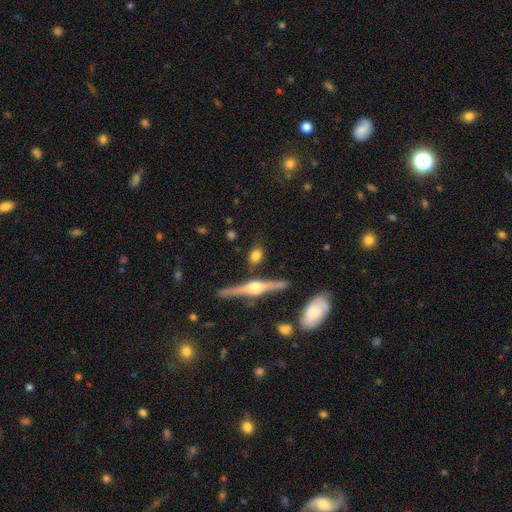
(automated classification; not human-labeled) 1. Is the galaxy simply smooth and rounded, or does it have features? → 52% smooth, 38% featured or disk, 9% star or artifact.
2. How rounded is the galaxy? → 43% in between, 39% round, 18% cigar-shaped.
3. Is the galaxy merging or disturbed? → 80% none, 12% minor disturbance, 6% merger, 3% major disturbance.